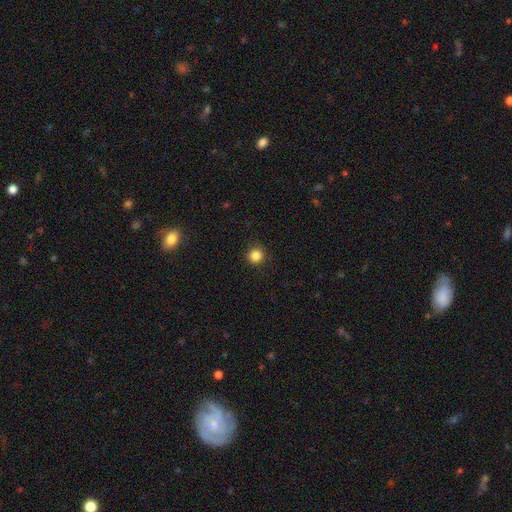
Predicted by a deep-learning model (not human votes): smooth 84%, star or artifact 12%, featured or disk 4%. Down the decision tree: how rounded — round (95%); merging — none (91%).